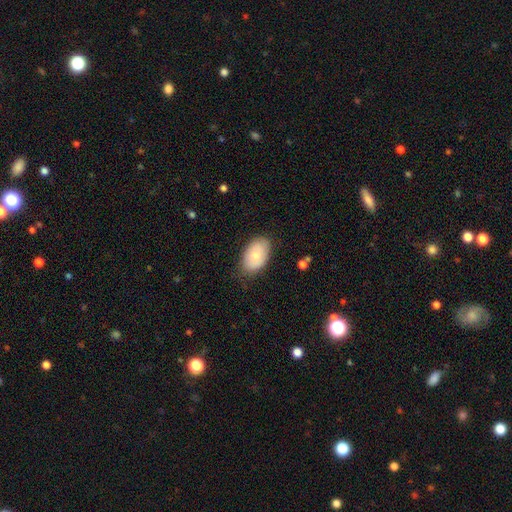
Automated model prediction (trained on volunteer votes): Morphology: type=smooth (71%); roundness=in between (91%); merging=none (76%).